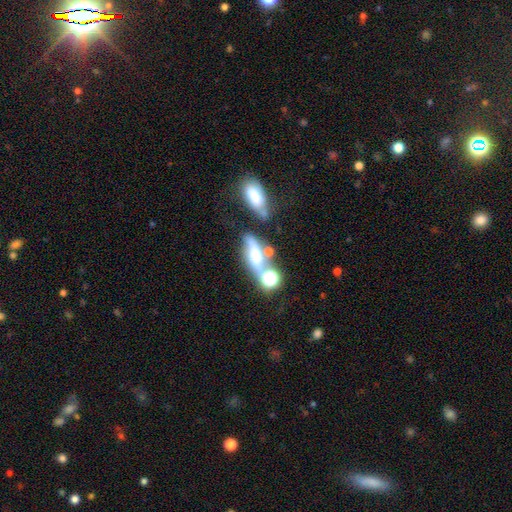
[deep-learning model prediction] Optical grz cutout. It shows a featured or disk galaxy (50%). Merging: none (42%).